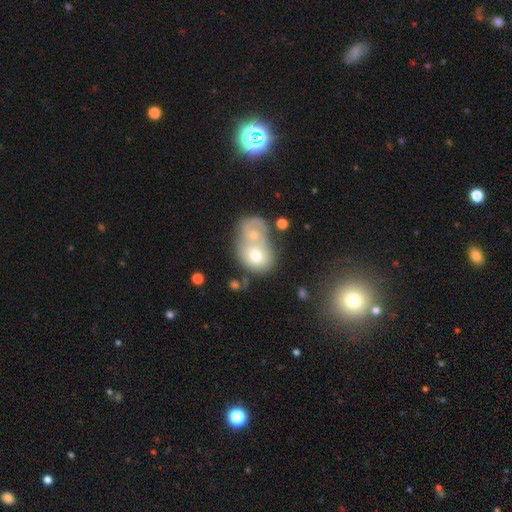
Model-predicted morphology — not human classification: A smooth galaxy with no disk features (60%) that is round (51%).

Vote fractions:
- Smooth or featured? smooth: 60% / featured or disk: 31% / star or artifact: 9%
- How rounded? round: 51% / in between: 48% / cigar-shaped: 1%
- Merging? merger: 70% / none: 16% / minor disturbance: 7% / major disturbance: 6%